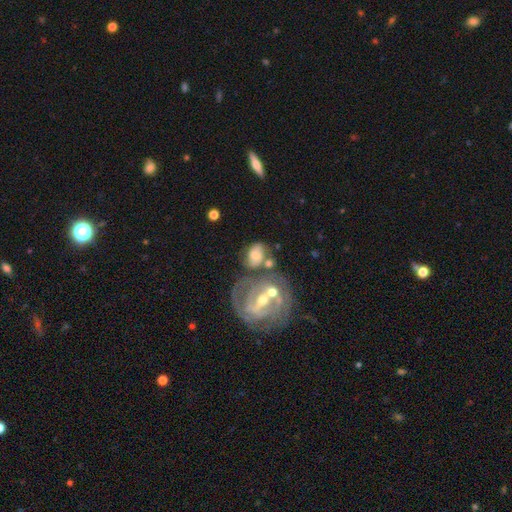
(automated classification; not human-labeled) smooth-or-featured: featured or disk: 49% | smooth: 41% | star or artifact: 9%
  merging: none: 38% | merger: 32% | minor disturbance: 18% | major disturbance: 13%